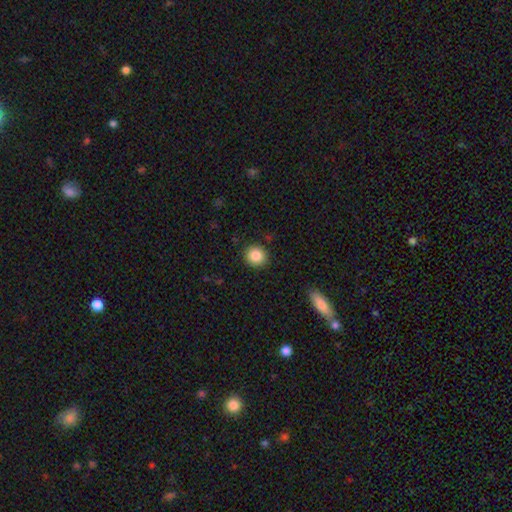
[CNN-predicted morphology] smooth-or-featured: smooth: 87% | star or artifact: 9% | featured or disk: 4%
  how-rounded: round: 89% | in between: 10% | cigar-shaped: 1%
  merging: none: 91% | minor disturbance: 6% | major disturbance: 2% | merger: 1%